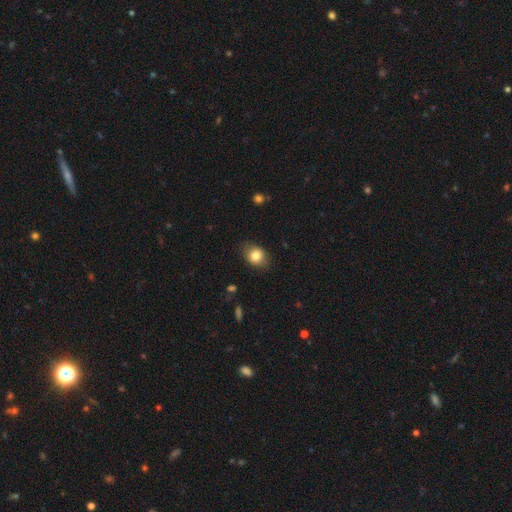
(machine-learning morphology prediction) Q: Smooth or featured?
A: smooth (82%); runner-up: featured or disk (9%)
Q: How rounded?
A: in between (54%); runner-up: round (45%)
Q: Merging?
A: none (80%); runner-up: minor disturbance (16%)